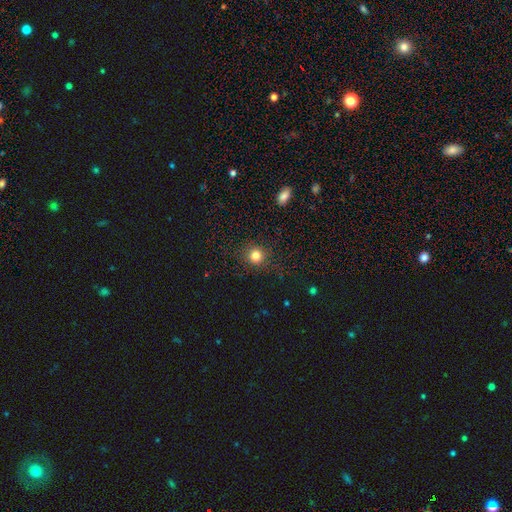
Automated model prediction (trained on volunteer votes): A smooth galaxy with no disk features (82%) that is round (90%). Merging: none (88%).